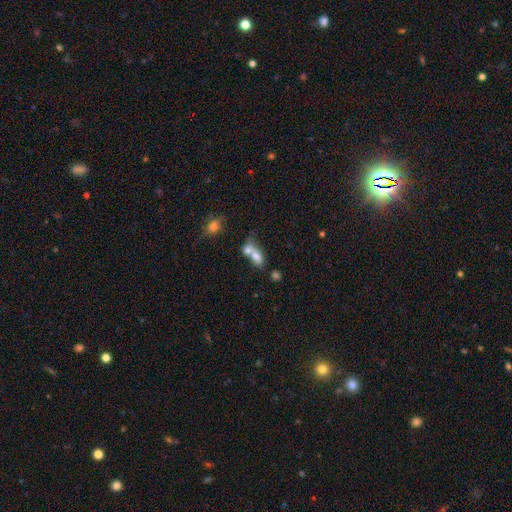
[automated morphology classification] A smooth galaxy with no disk features (71%) that is in between round and cigar-shaped (72%). Merging: merger (69%).